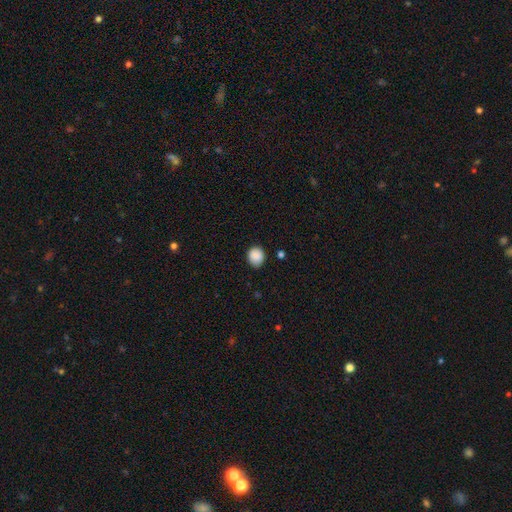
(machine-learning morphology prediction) smooth-or-featured: smooth: 88% | star or artifact: 9% | featured or disk: 3%
  how-rounded: round: 76% | in between: 23% | cigar-shaped: 1%
  merging: none: 83% | minor disturbance: 13% | major disturbance: 3% | merger: 2%